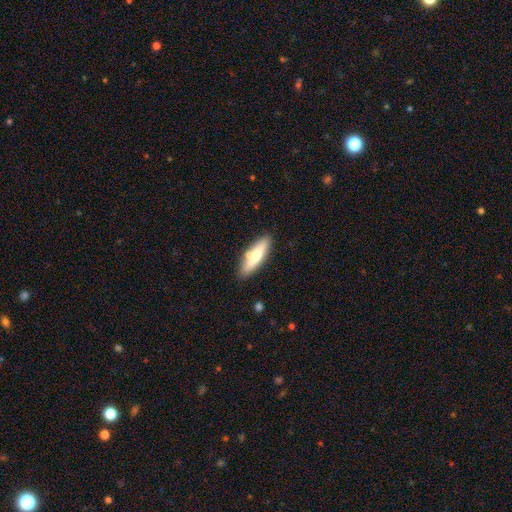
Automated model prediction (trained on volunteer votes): Smooth or featured: smooth — 60% (featured or disk — 33%)
How rounded: cigar-shaped — 63% (in between — 35%)
Merging: none — 80% (minor disturbance — 11%)